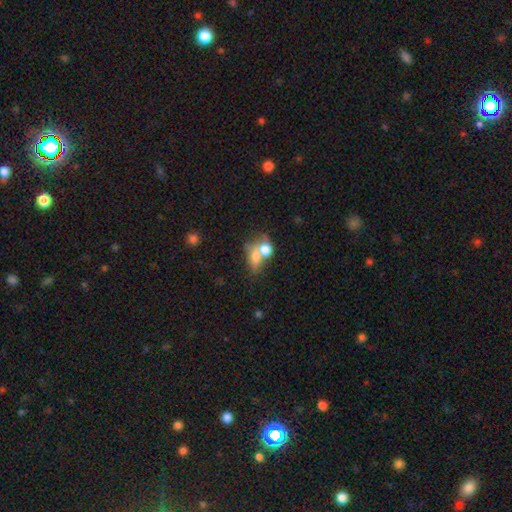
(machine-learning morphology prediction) type=smooth (68%); roundness=in between (62%); merging=merger (61%).